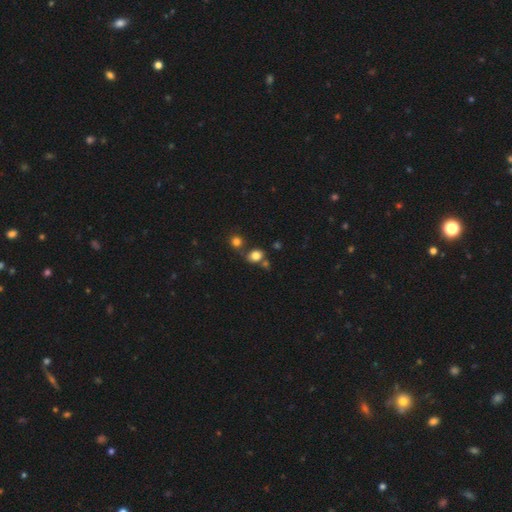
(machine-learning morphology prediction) smooth_or_featured: smooth (p=0.79) [alt: star or artifact p=0.14]
how_rounded: round (p=0.54) [alt: in between p=0.45]
merging: none (p=0.61) [alt: merger p=0.22]